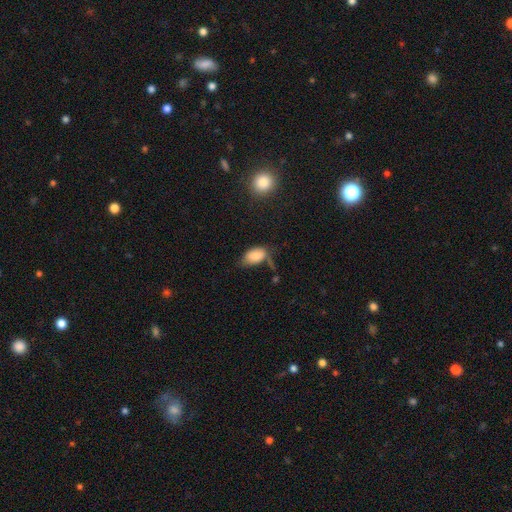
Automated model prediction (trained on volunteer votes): Smooth or featured?
  - smooth: 82% *
  - star or artifact: 9%
  - featured or disk: 9%
How rounded?
  - in between: 92% *
  - round: 6%
  - cigar-shaped: 2%
Merging?
  - none: 41% *
  - minor disturbance: 33%
  - major disturbance: 17%
  - merger: 9%